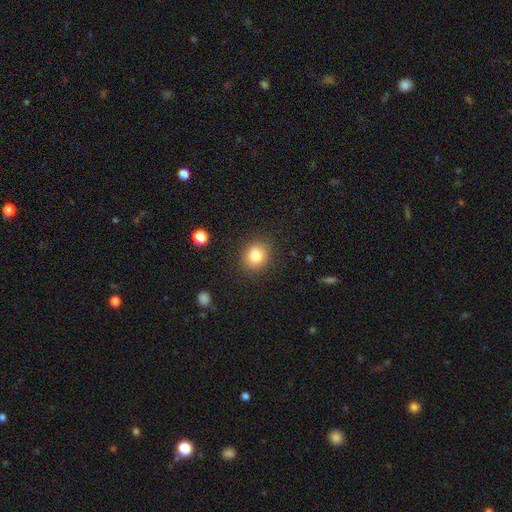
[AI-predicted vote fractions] A smooth galaxy with no disk features (82%) that is round (78%).

Vote fractions:
- Smooth or featured? smooth: 82% / star or artifact: 11% / featured or disk: 7%
- How rounded? round: 78% / in between: 21% / cigar-shaped: 1%
- Merging? none: 88% / minor disturbance: 8% / major disturbance: 3% / merger: 1%